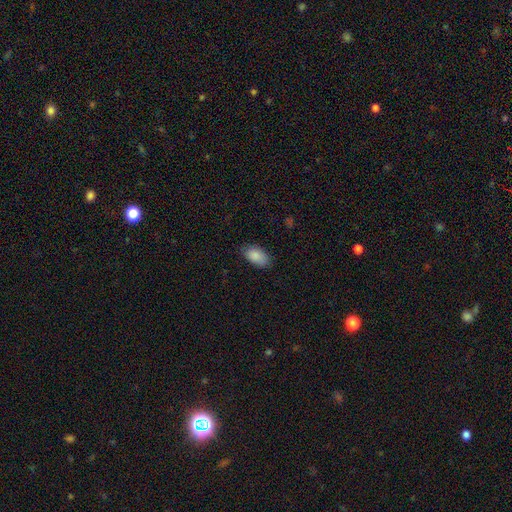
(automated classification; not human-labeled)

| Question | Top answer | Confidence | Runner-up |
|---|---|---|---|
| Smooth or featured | smooth | 88% | star or artifact (7%) |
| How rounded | in between | 94% | round (4%) |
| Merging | none | 80% | minor disturbance (16%) |